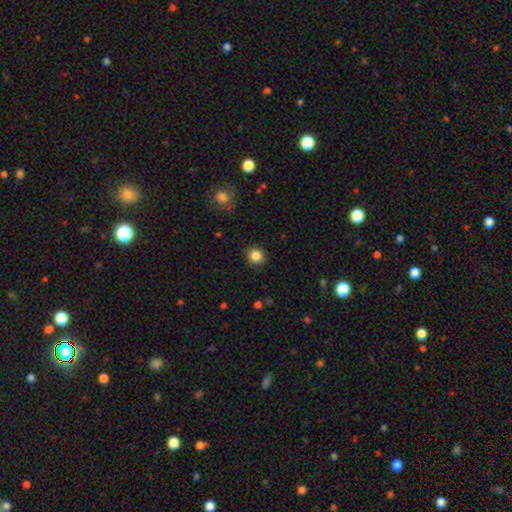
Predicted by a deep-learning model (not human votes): This appears to be a smooth galaxy with no disk features (85%) that is round (85%). Merging: none (90%).